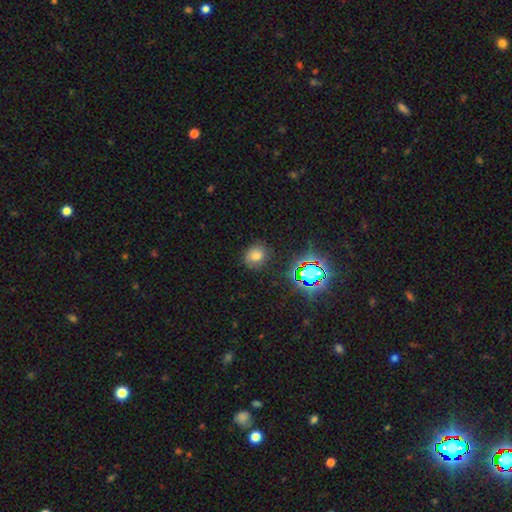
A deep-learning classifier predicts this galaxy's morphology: Smooth or featured? Predicted: smooth (p=0.69). How rounded? Predicted: round (p=0.69). Merging? Predicted: none (p=0.82).